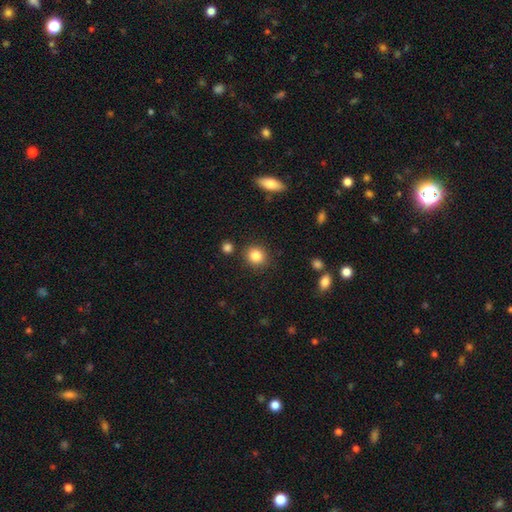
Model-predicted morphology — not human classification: smooth 84%, star or artifact 10%, featured or disk 5%. Down the decision tree: how rounded — round (87%); merging — none (86%).